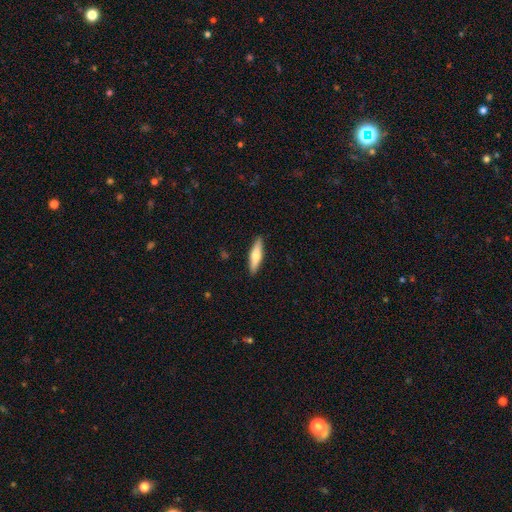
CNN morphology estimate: Smooth or featured?
  - smooth: 62% *
  - featured or disk: 32%
  - star or artifact: 5%
How rounded?
  - cigar-shaped: 68% *
  - in between: 30%
  - round: 2%
Merging?
  - none: 90% *
  - minor disturbance: 7%
  - major disturbance: 2%
  - merger: 1%